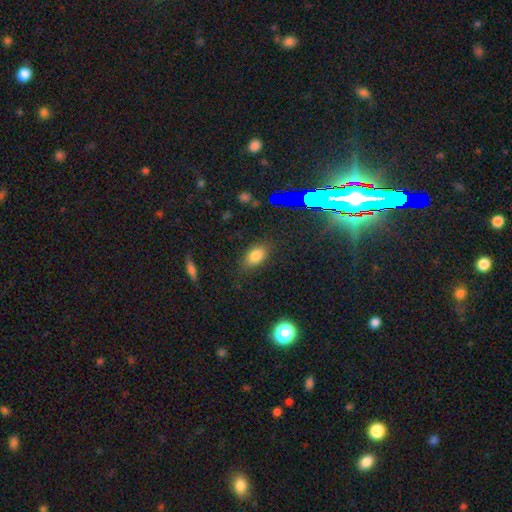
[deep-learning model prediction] Overall: smooth (78%). How rounded: in between (83%). Merging: none (81%).